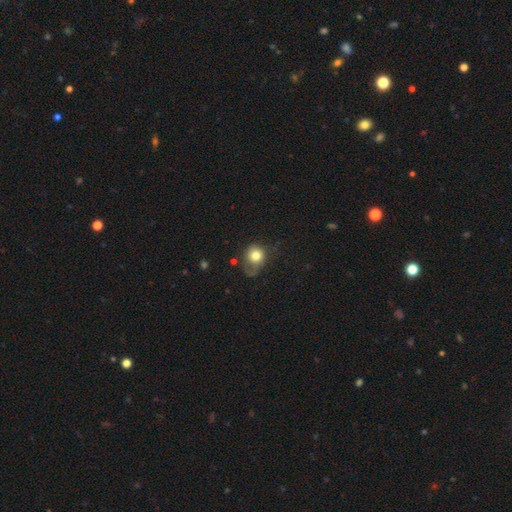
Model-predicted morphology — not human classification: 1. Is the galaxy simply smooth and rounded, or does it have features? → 76% smooth, 14% featured or disk, 10% star or artifact.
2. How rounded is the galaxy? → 74% round, 25% in between, 1% cigar-shaped.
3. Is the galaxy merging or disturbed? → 44% none, 28% minor disturbance, 24% major disturbance, 4% merger.